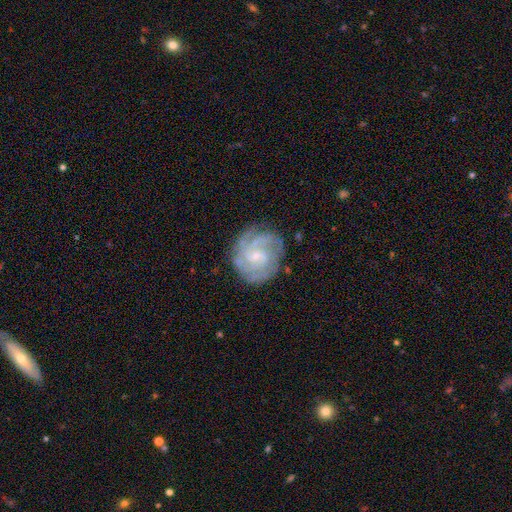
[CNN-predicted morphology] This appears to be a featured or disk galaxy (82%) with no bar (54%), tight (62%) spiral arms (94%) and a small central bulge (69%). Merging: none (75%).